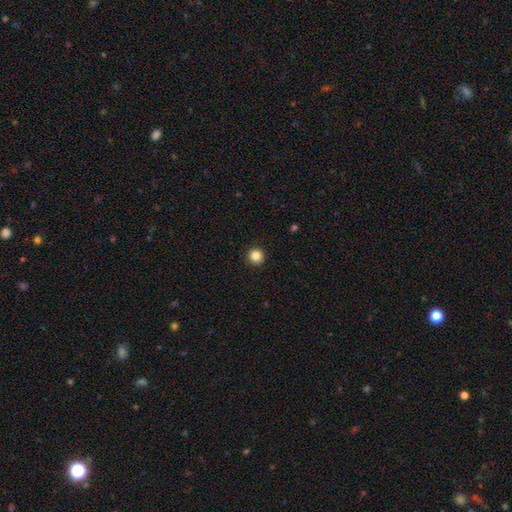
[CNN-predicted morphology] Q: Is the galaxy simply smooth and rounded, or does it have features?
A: smooth — 86%.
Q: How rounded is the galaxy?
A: round — 96%.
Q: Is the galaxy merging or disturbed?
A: none — 93%.